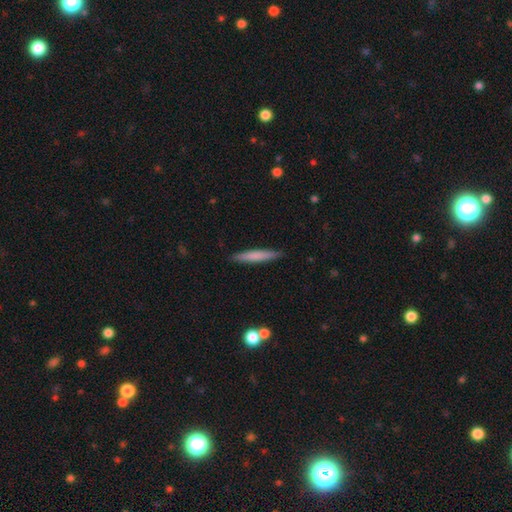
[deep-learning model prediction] smooth_or_featured: smooth (p=0.72) [alt: featured or disk p=0.22]
how_rounded: cigar-shaped (p=0.93) [alt: in between p=0.05]
merging: none (p=0.90) [alt: minor disturbance p=0.07]